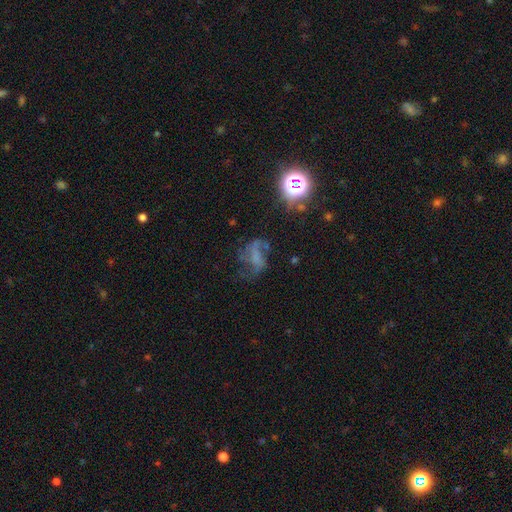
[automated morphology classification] A featured or disk galaxy (48%).

Vote fractions:
- Smooth or featured? featured or disk: 48% / star or artifact: 27% / smooth: 26%
- Merging? none: 42% / major disturbance: 34% / minor disturbance: 19% / merger: 5%